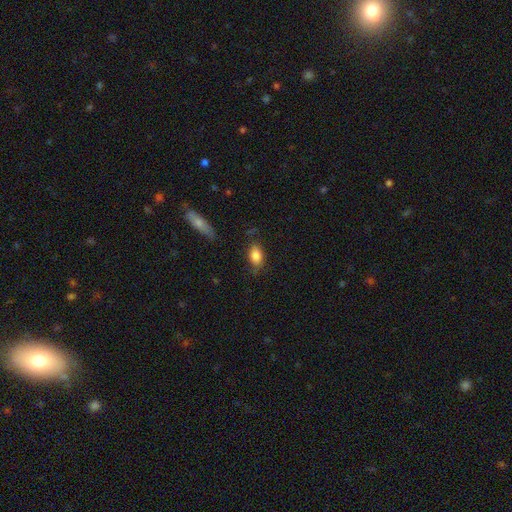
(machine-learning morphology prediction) smooth_or_featured: smooth (p=0.84) [alt: featured or disk p=0.08]
how_rounded: in between (p=0.87) [alt: round p=0.10]
merging: none (p=0.76) [alt: minor disturbance p=0.17]